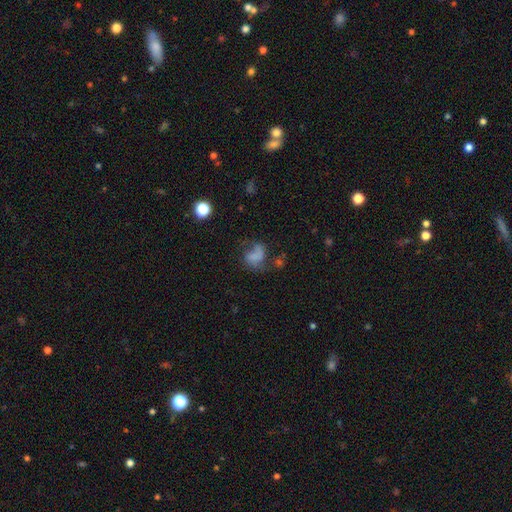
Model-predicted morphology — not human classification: This is possibly a smooth galaxy (53%). How rounded: likely in between (64%). Merging: marginally major disturbance (39%).